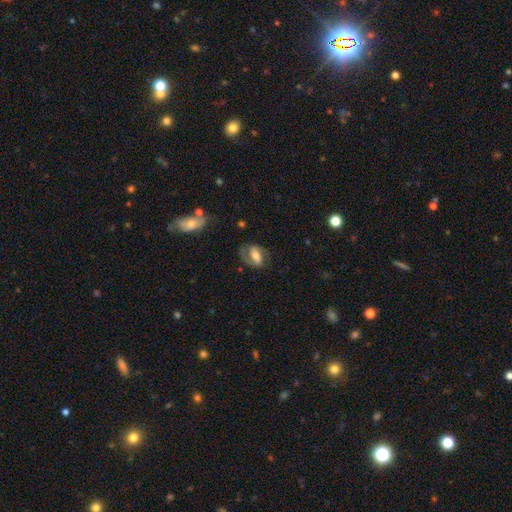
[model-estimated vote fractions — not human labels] A featured or disk galaxy (66%) with a weak bar (37%, tied with strong), 2 (82%) medium (49%) spiral arms (86%) and a moderate central bulge (58%).

Vote fractions:
- Smooth or featured? featured or disk: 66% / smooth: 27% / star or artifact: 7%
- Edge-on disk? no: 95% / yes: 5%
- Bar? weak: 37% (tied) / strong: 37% (tied) / no: 26%
- Spiral arms? yes: 86% / no: 14%
- Spiral winding? medium: 49% / tight: 26% / loose: 25%
- Spiral arm count? 2: 82% / 1: 8% / can't tell: 7% / 3: 1% / 4: 1% / more than 4: 1%
- Bulge size? moderate: 58% / small: 20% / large: 17% / none: 3% / dominant: 2%
- Merging? none: 66% / minor disturbance: 19% / major disturbance: 13% / merger: 2%